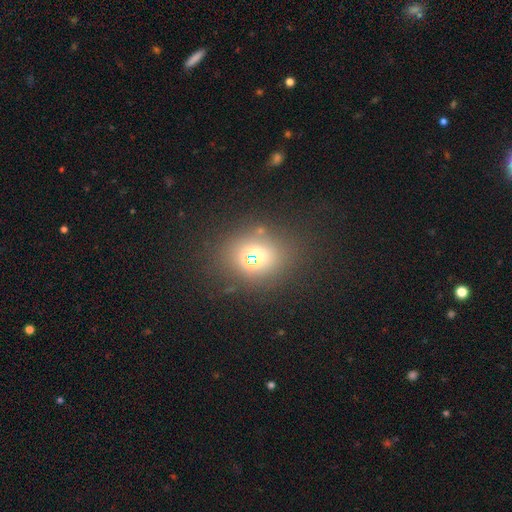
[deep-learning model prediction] Smooth or featured: smooth — 53% (star or artifact — 35%)
How rounded: round — 75% (in between — 24%)
Merging: none — 76% (merger — 9%)